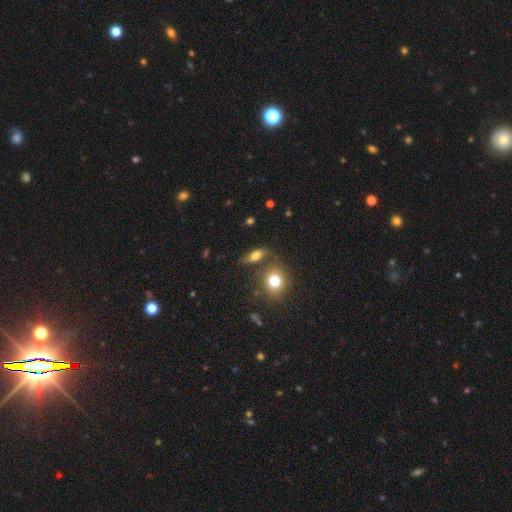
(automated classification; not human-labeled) The model was most divided on "how rounded": in between: 61%, cigar-shaped: 22%, round: 17%. More confident: merging — none (68%); smooth or featured — smooth (67%).